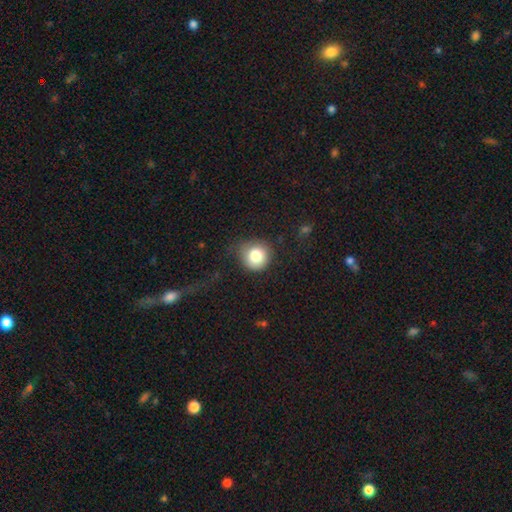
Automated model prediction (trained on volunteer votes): Smooth or featured? Predicted: smooth (p=0.81). How rounded? Predicted: round (p=0.90). Merging? Predicted: none (p=0.67).